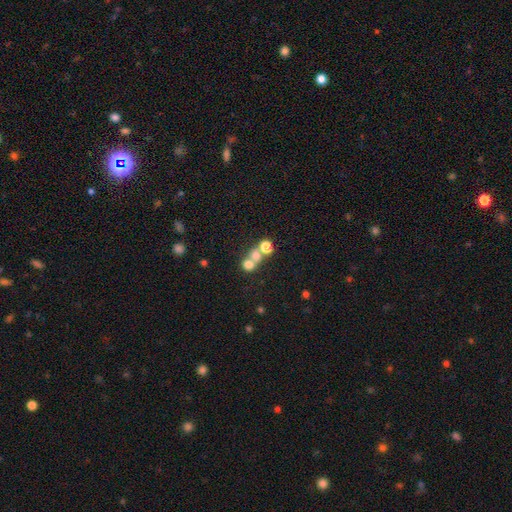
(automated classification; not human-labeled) Morphology: type=smooth (66%); roundness=round (74%); merging=merger (57%).